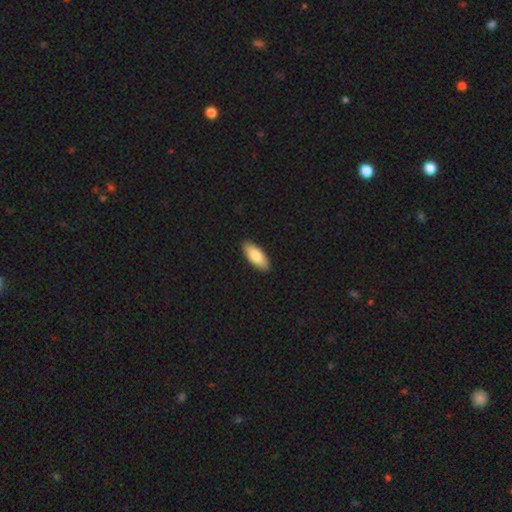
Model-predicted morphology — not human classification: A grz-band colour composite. It shows a smooth galaxy with no disk features (82%) that is in between round and cigar-shaped (81%). Merging: none (91%).